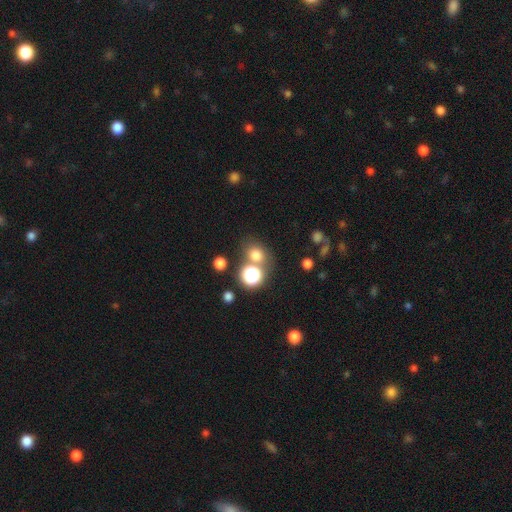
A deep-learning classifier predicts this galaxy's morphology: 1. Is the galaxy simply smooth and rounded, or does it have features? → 72% smooth, 20% star or artifact, 8% featured or disk.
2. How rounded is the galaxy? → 72% round, 27% in between, 1% cigar-shaped.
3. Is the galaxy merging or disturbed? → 66% none, 19% merger, 10% minor disturbance, 5% major disturbance.